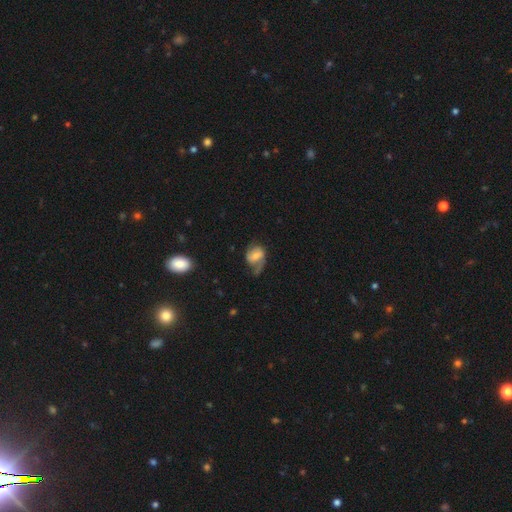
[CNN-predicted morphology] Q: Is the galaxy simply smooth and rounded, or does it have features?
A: featured or disk — 50%.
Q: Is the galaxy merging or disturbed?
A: none — 36%.